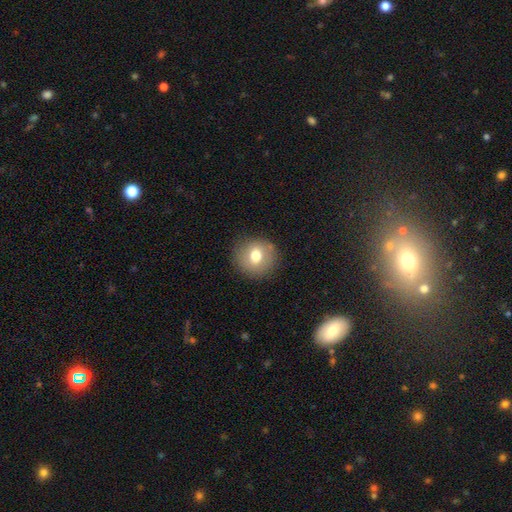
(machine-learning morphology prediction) Q: Smooth or featured?
A: smooth (71%); runner-up: featured or disk (19%)
Q: How rounded?
A: round (86%); runner-up: in between (13%)
Q: Merging?
A: none (86%); runner-up: minor disturbance (9%)